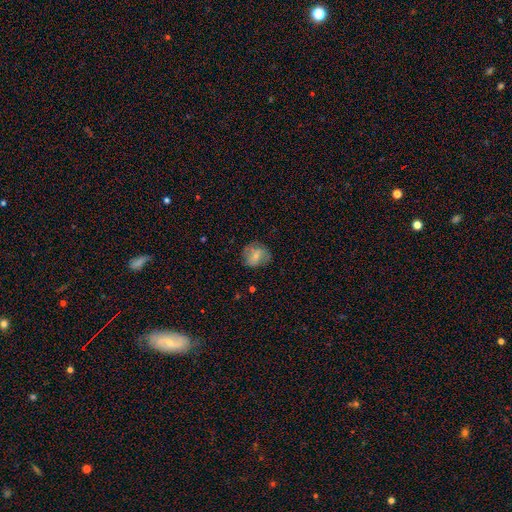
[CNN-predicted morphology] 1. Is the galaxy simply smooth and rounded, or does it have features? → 60% smooth, 31% featured or disk, 9% star or artifact.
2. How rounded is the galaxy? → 74% round, 24% in between, 1% cigar-shaped.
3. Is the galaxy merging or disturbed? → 71% none, 20% minor disturbance, 7% major disturbance, 2% merger.